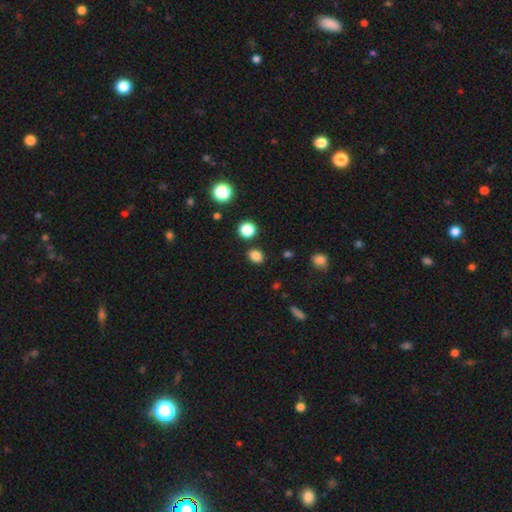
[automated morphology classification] Smooth or featured?
  - smooth: 83% *
  - star or artifact: 13%
  - featured or disk: 4%
How rounded?
  - in between: 50% *
  - round: 48%
  - cigar-shaped: 1%
Merging?
  - none: 84% *
  - minor disturbance: 9%
  - merger: 5%
  - major disturbance: 3%